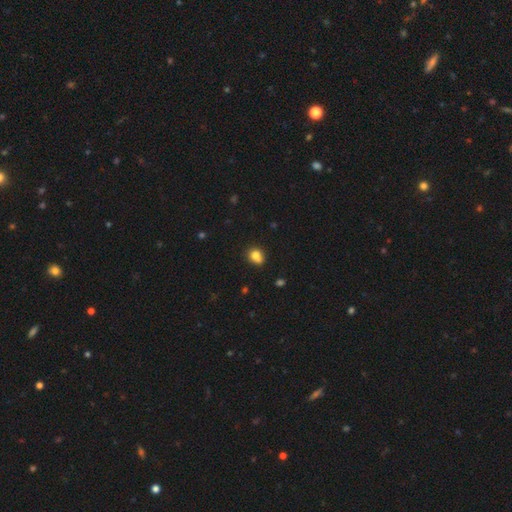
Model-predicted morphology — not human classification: This appears to be a smooth galaxy with no disk features (80%) that is round (59%). Merging: none (63%).